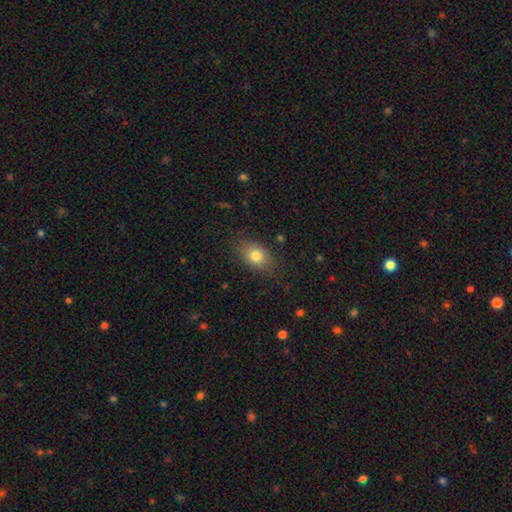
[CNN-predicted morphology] smooth 79%, featured or disk 11%, star or artifact 10%. Down the decision tree: how rounded — in between (75%); merging — none (82%).